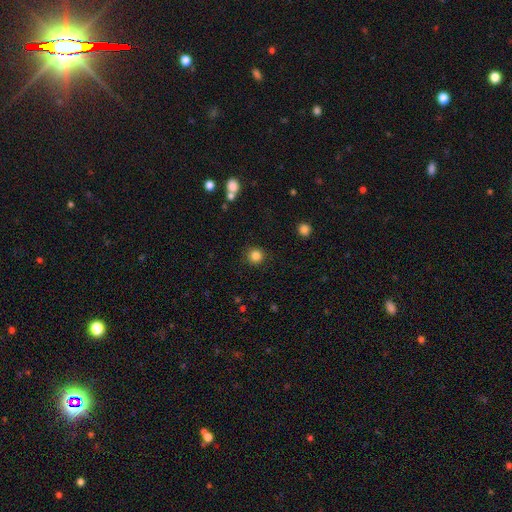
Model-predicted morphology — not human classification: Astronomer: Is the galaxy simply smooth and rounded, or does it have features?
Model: smooth — 83%.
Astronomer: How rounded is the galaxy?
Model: round — 93%.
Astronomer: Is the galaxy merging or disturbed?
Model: none — 90%.